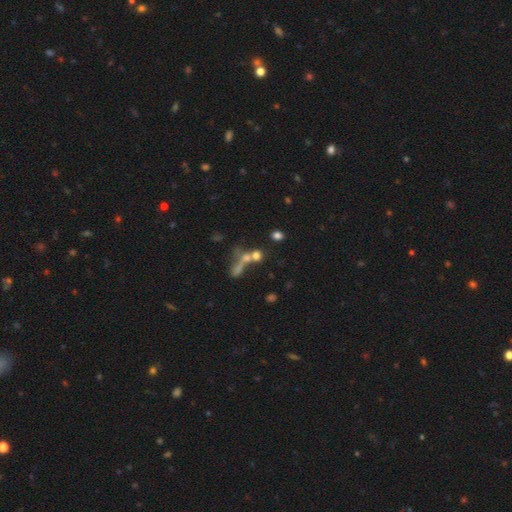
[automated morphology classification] Smooth or featured: smooth — 59% (featured or disk — 21%)
How rounded: round — 63% (in between — 25%)
Merging: merger — 45% (none — 35%)